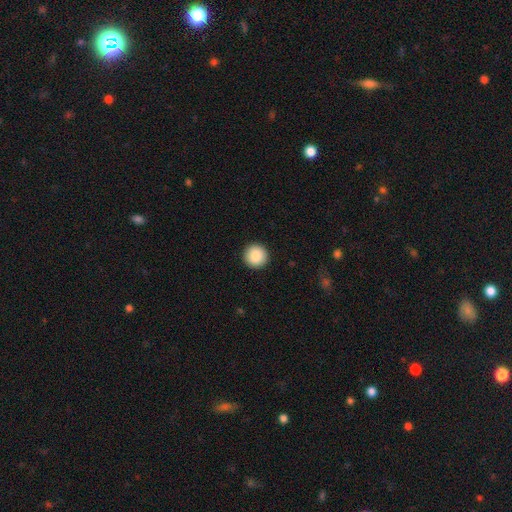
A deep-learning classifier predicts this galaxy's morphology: Overall: smooth (87%). How rounded: round (96%). Merging: none (93%).